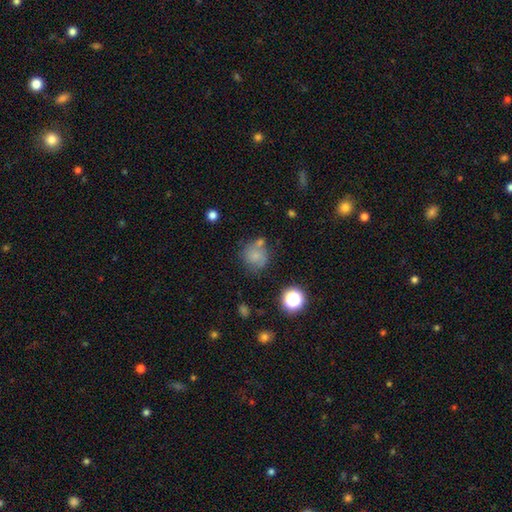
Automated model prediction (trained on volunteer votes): Q: Smooth or featured?
A: smooth (69%); runner-up: star or artifact (16%)
Q: How rounded?
A: round (85%); runner-up: in between (14%)
Q: Merging?
A: none (59%); runner-up: minor disturbance (18%)